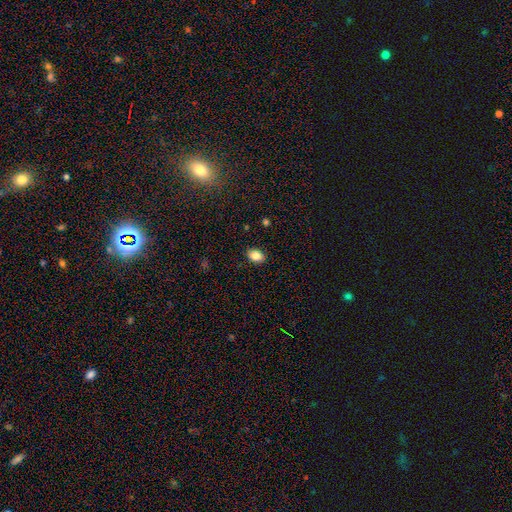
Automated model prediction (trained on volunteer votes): Morphology: type=smooth (86%); roundness=in between (78%); merging=none (89%).